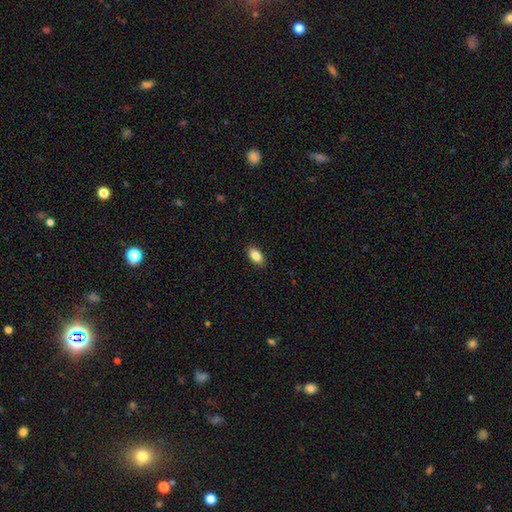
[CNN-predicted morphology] smooth 86%, star or artifact 7%, featured or disk 6%. Down the decision tree: how rounded — in between (92%); merging — none (89%).